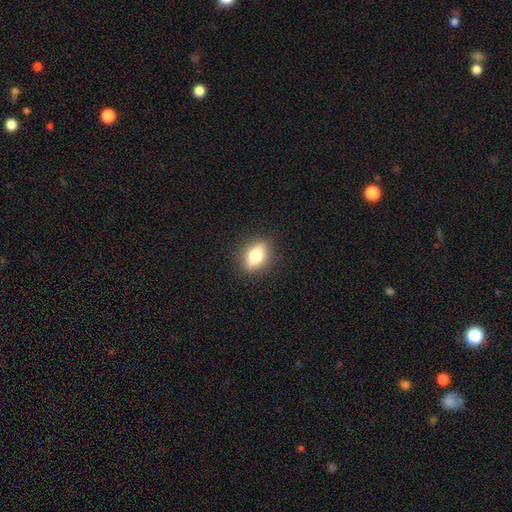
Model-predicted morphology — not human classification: This is likely a smooth galaxy (72%). How rounded: likely in between (75%). Merging: clearly none (88%).